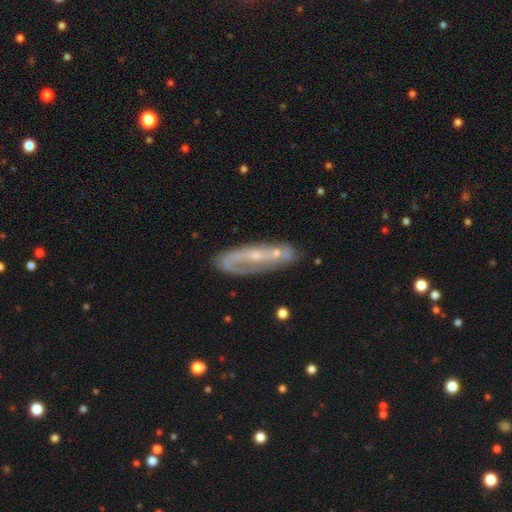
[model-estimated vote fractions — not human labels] This appears to be a featured or disk galaxy (66%). Merging: none (71%).